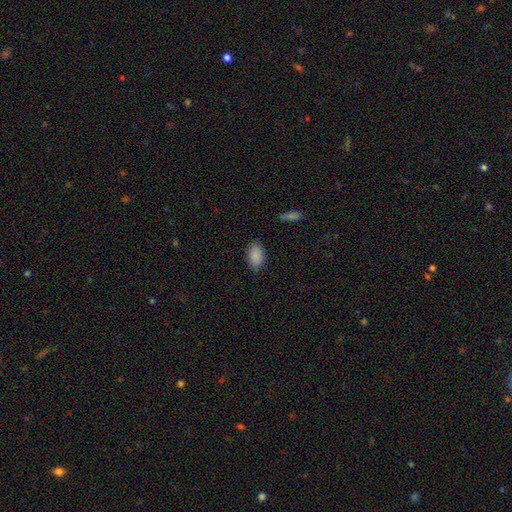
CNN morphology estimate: A smooth galaxy with no disk features (89%) that is in between round and cigar-shaped (93%).

Vote fractions:
- Smooth or featured? smooth: 89% / star or artifact: 7% / featured or disk: 4%
- How rounded? in between: 93% / round: 5% / cigar-shaped: 2%
- Merging? none: 86% / minor disturbance: 10% / major disturbance: 3% / merger: 1%